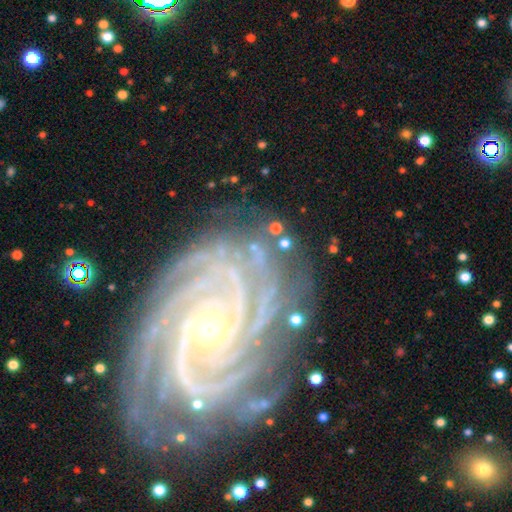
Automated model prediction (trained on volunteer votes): Smooth or featured? featured or disk (62%)
Edge-on disk? no (94%)
Bar? no (49%)
Spiral arms? yes (86%)
Spiral winding? tight (64%)
Spiral arm count? can't tell (30%)
Bulge size? small (46%)
Merging? none (66%)